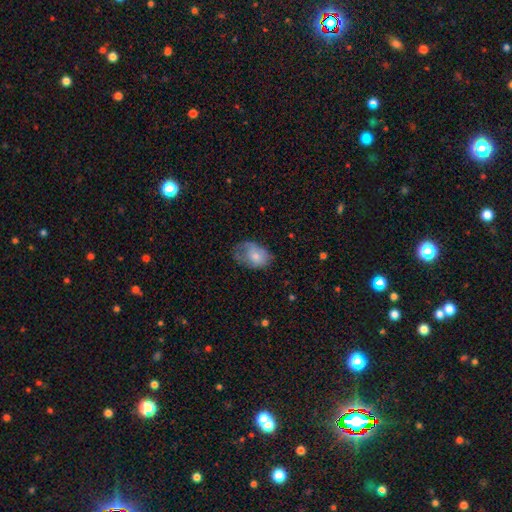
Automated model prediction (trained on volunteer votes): The model was most divided on "merging": minor disturbance: 36%, none: 35%, major disturbance: 27%, merger: 2%. More confident: how rounded — in between (79%); smooth or featured — smooth (69%).